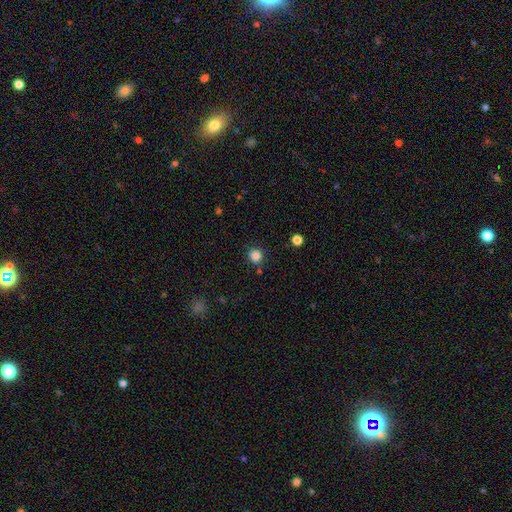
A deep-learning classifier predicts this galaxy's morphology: This appears to be a smooth galaxy with no disk features (85%) that is round (90%). Merging: none (85%).